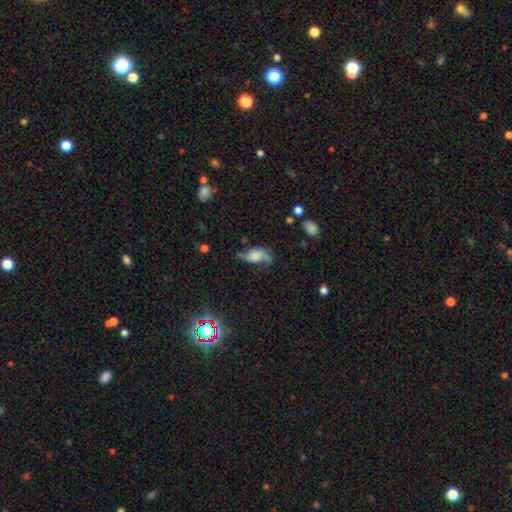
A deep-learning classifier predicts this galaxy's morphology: This is possibly a featured or disk galaxy (56%). It is clearly not viewed edge-on (91%). Bar: likely no (71%). Spiral arm pattern: clearly yes (81%). Central bulge: marginally none (33%). Merging: marginally none (39%).